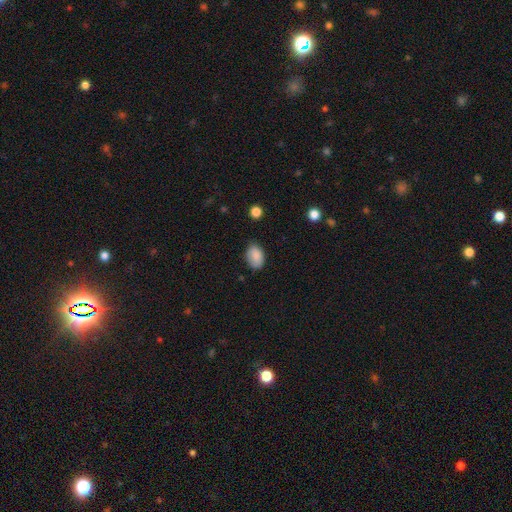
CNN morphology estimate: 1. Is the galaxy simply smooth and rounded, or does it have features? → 87% smooth, 8% star or artifact, 5% featured or disk.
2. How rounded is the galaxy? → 86% in between, 13% round, 1% cigar-shaped.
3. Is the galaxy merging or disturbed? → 73% none, 22% minor disturbance, 4% major disturbance, 1% merger.